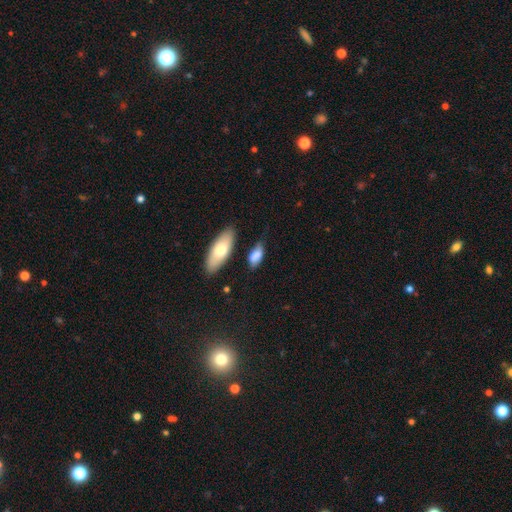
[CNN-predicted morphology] A smooth galaxy with no disk features (79%) that is in between round and cigar-shaped (83%).

Vote fractions:
- Smooth or featured? smooth: 79% / featured or disk: 14% / star or artifact: 7%
- How rounded? in between: 83% / cigar-shaped: 13% / round: 4%
- Merging? none: 64% / minor disturbance: 22% / merger: 8% / major disturbance: 6%